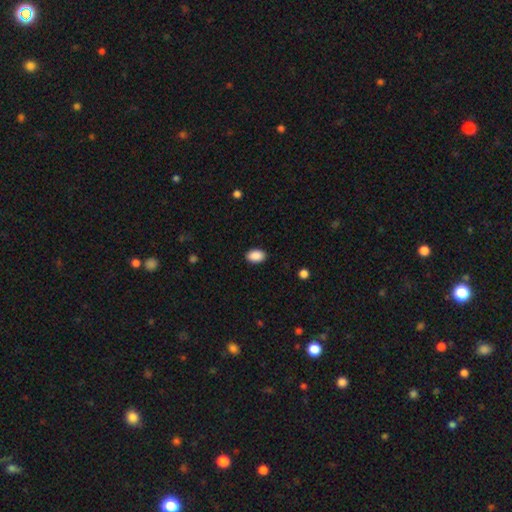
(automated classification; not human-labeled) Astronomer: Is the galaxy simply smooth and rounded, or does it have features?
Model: smooth — 90%.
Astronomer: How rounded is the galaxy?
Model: in between — 87%.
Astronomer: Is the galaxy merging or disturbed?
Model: none — 89%.